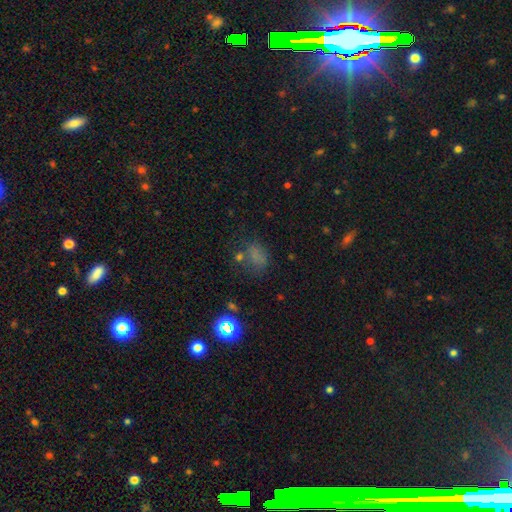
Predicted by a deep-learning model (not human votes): Smooth or featured? Predicted: smooth (p=0.59). How rounded? Predicted: in between (p=0.56). Merging? Predicted: none (p=0.54).